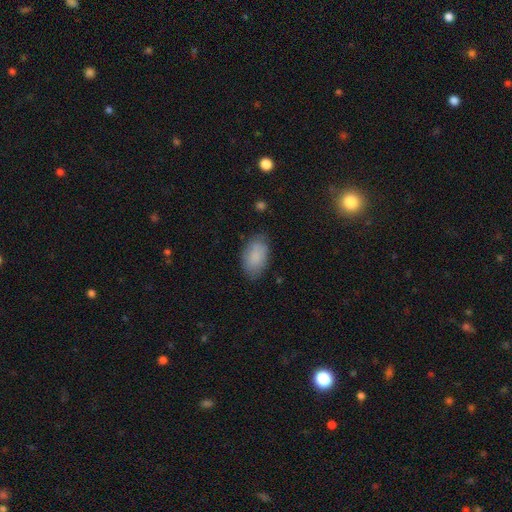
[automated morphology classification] smooth-or-featured: smooth: 86% | featured or disk: 8% | star or artifact: 7%
  how-rounded: in between: 93% | round: 5% | cigar-shaped: 2%
  merging: none: 78% | minor disturbance: 16% | major disturbance: 4% | merger: 1%